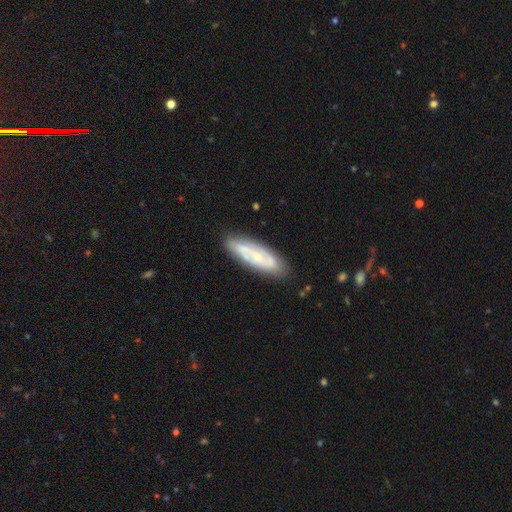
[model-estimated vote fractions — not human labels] This is possibly a featured or disk galaxy (60%). It is likely not viewed edge-on (76%). Merging: clearly none (81%).